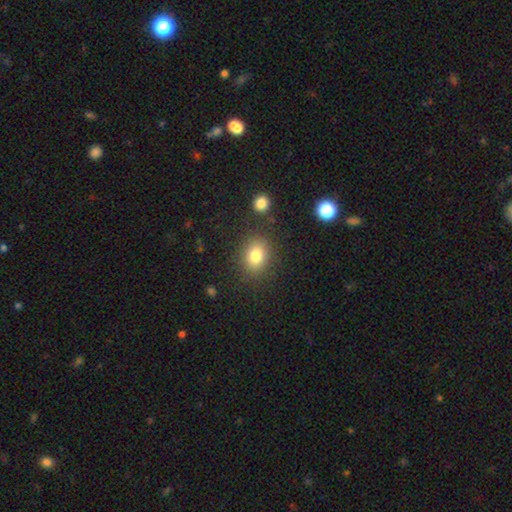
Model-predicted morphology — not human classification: The model was most divided on "how rounded": in between: 56%, round: 43%, cigar-shaped: 1%. More confident: merging — none (83%); smooth or featured — smooth (82%).